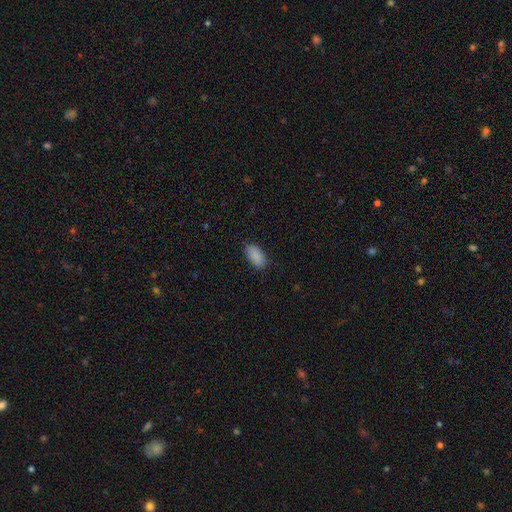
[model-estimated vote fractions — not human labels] Smooth or featured: smooth — 89% (star or artifact — 7%)
How rounded: in between — 93% (cigar-shaped — 4%)
Merging: none — 84% (minor disturbance — 12%)